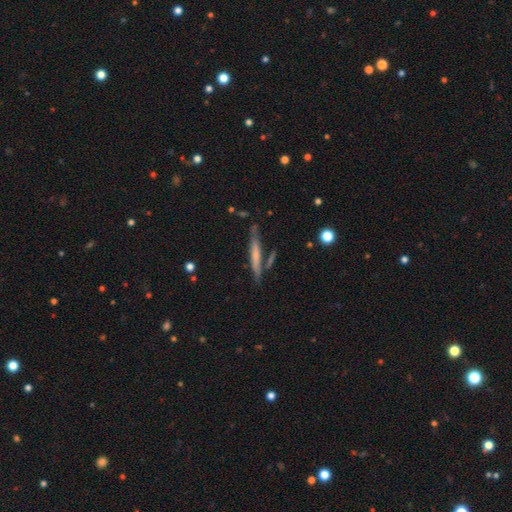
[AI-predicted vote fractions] The model was most divided on "smooth or featured": featured or disk: 47%, smooth: 46%, star or artifact: 6%. More confident: merging — none (74%).